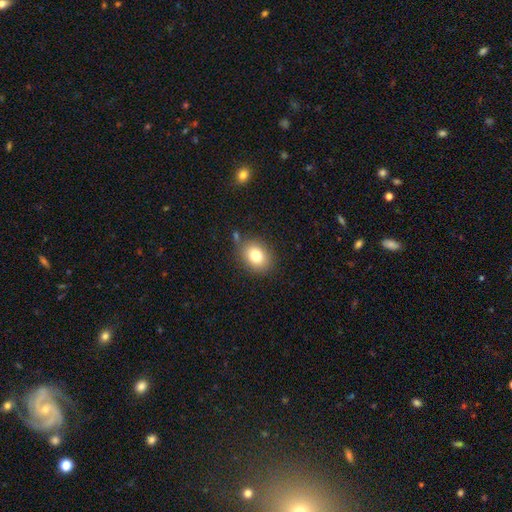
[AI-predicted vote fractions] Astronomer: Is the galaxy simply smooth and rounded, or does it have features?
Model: smooth — 79%.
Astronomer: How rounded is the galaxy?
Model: in between — 55% (runner-up: round, 44%).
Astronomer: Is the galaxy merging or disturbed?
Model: none — 79%.